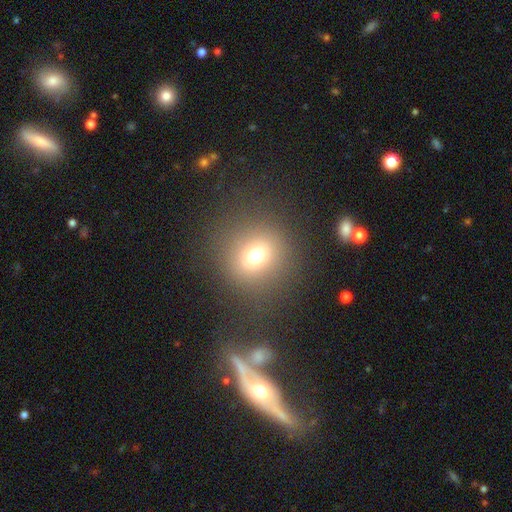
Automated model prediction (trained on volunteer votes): smooth-or-featured: smooth: 69% | star or artifact: 21% | featured or disk: 10%
  how-rounded: round: 86% | in between: 13% | cigar-shaped: 1%
  merging: none: 83% | minor disturbance: 8% | major disturbance: 7% | merger: 2%